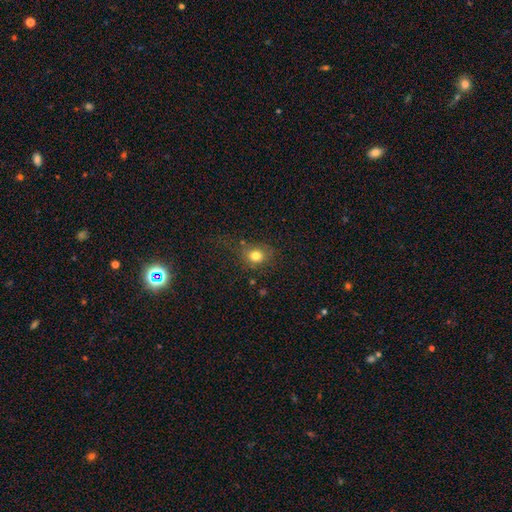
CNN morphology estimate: Smooth or featured? smooth (79%)
How rounded? round (64%)
Merging? none (65%)